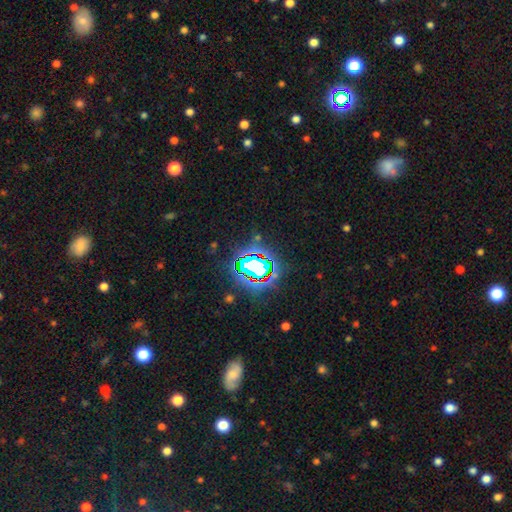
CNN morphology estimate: The model was most divided on "smooth or featured": star or artifact: 74%, smooth: 15%, featured or disk: 11%.